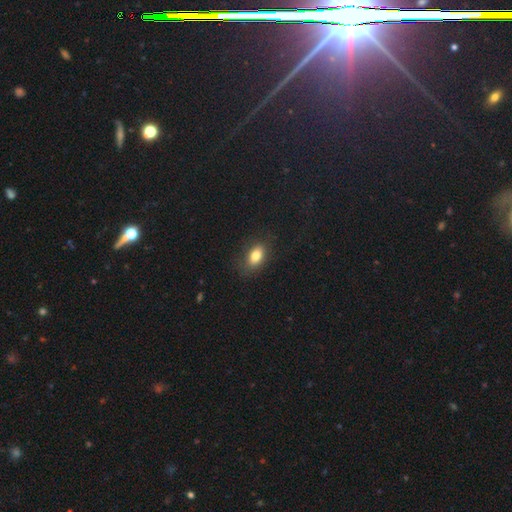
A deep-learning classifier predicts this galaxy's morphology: Smooth or featured: smooth — 81% (featured or disk — 10%)
How rounded: in between — 87% (round — 9%)
Merging: none — 81% (minor disturbance — 14%)